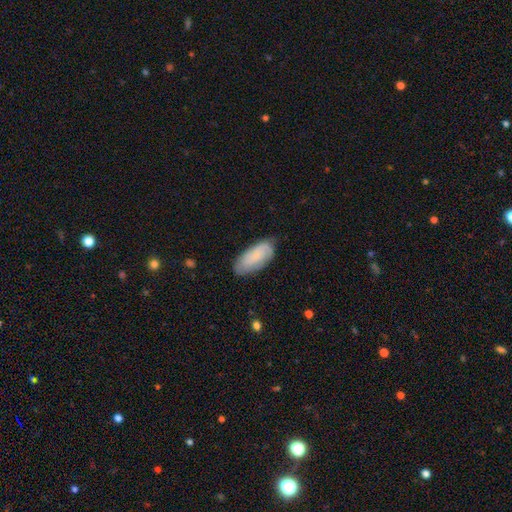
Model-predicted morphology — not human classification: Q: Smooth or featured?
A: smooth (67%); runner-up: featured or disk (26%)
Q: How rounded?
A: in between (85%); runner-up: cigar-shaped (13%)
Q: Merging?
A: none (72%); runner-up: minor disturbance (22%)